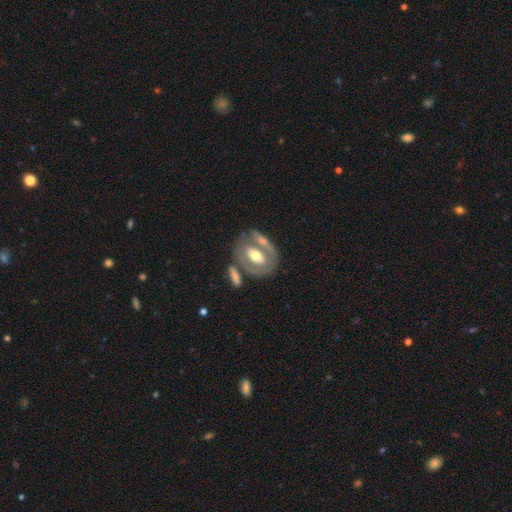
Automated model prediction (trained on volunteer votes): Q: Smooth or featured?
A: featured or disk (61%); runner-up: smooth (34%)
Q: Edge-on disk?
A: no (90%); runner-up: yes (10%)
Q: Bar?
A: no (50%); runner-up: weak (25%)
Q: Spiral arms?
A: no (71%); runner-up: yes (29%)
Q: Bulge size?
A: moderate (70%); runner-up: large (15%)
Q: Merging?
A: none (56%); runner-up: merger (20%)